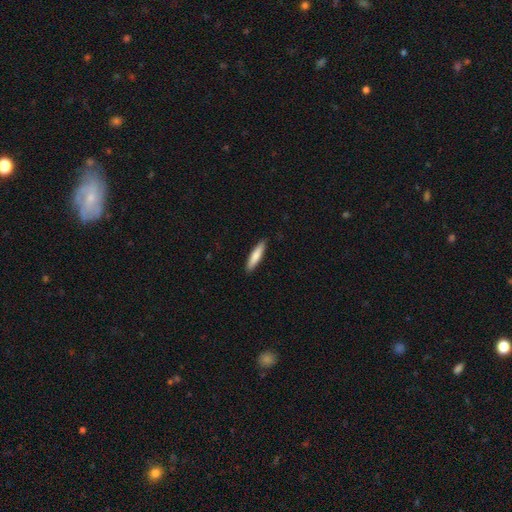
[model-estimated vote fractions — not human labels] Smooth or featured? smooth (79%)
How rounded? cigar-shaped (83%)
Merging? none (90%)